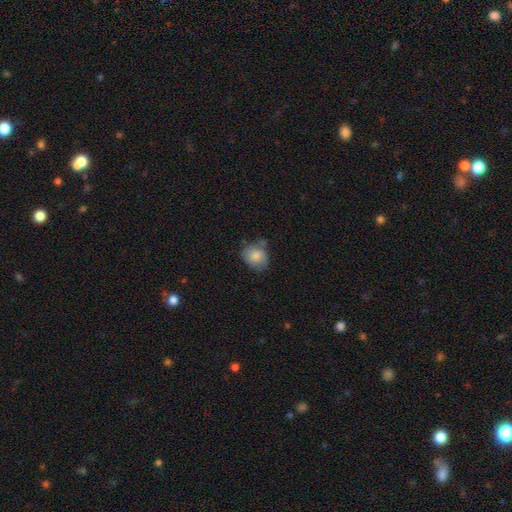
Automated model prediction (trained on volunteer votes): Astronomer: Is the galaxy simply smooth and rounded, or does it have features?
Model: smooth — 80%.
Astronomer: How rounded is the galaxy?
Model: round — 55% (runner-up: in between, 44%).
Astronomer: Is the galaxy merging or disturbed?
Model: none — 57%.